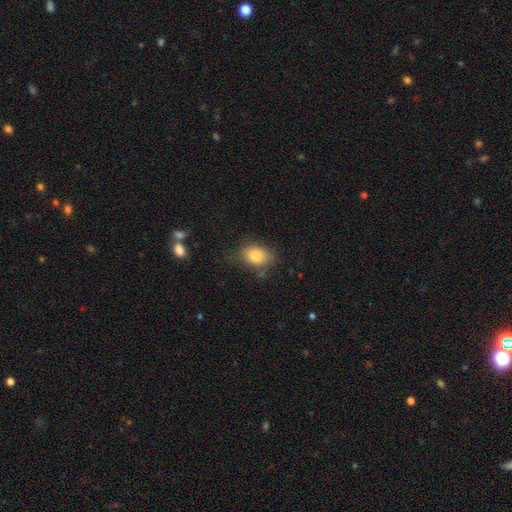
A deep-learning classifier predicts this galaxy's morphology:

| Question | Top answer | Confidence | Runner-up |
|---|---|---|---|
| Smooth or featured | smooth | 81% | featured or disk (10%) |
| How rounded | in between | 70% | round (29%) |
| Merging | none | 70% | minor disturbance (21%) |